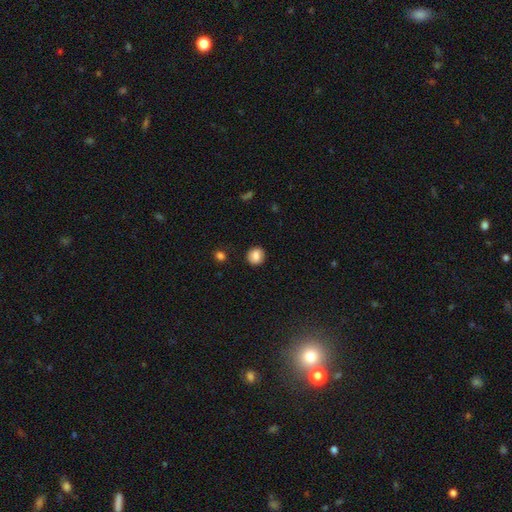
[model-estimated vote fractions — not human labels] Smooth or featured: smooth — 78% (featured or disk — 13%)
How rounded: round — 82% (in between — 17%)
Merging: none — 86% (minor disturbance — 9%)